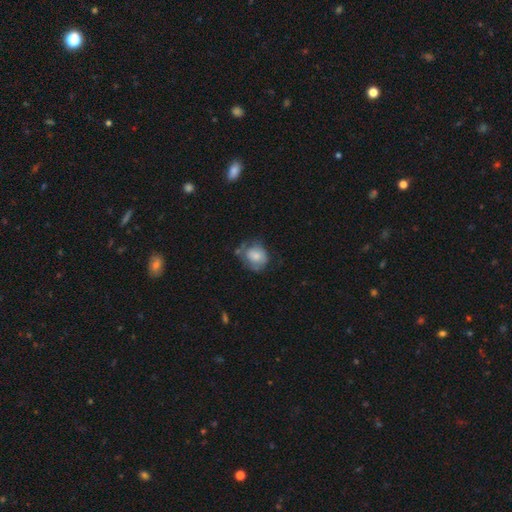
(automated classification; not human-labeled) Morphology: type=smooth (69%); roundness=round (64%); merging=none (45%).